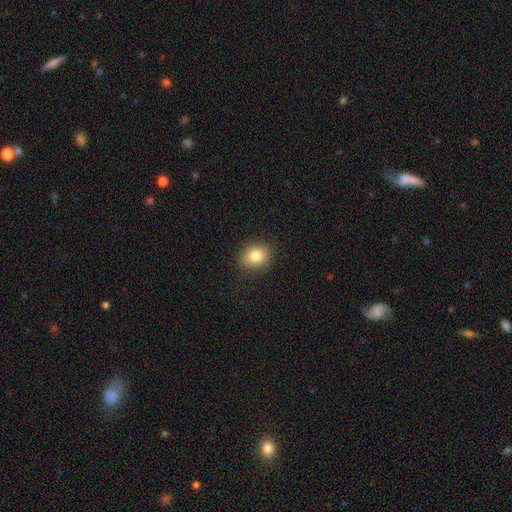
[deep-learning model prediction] Smooth or featured?
  - smooth: 82% *
  - star or artifact: 10%
  - featured or disk: 8%
How rounded?
  - in between: 54% *
  - round: 45%
  - cigar-shaped: 1%
Merging?
  - none: 88% *
  - minor disturbance: 8%
  - major disturbance: 2%
  - merger: 1%